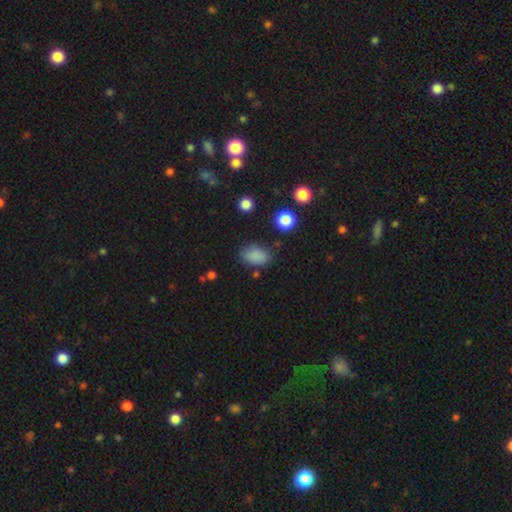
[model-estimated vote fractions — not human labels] smooth_or_featured: smooth (p=0.85) [alt: star or artifact p=0.10]
how_rounded: in between (p=0.86) [alt: round p=0.12]
merging: none (p=0.78) [alt: minor disturbance p=0.15]